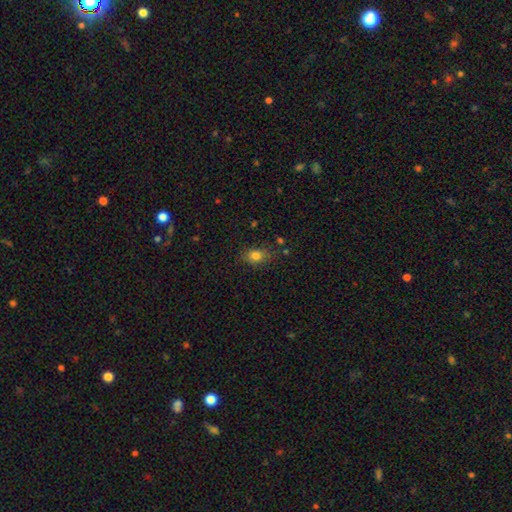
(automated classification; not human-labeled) A smooth galaxy with no disk features (79%) that is in between round and cigar-shaped (63%). Merging: none (76%).